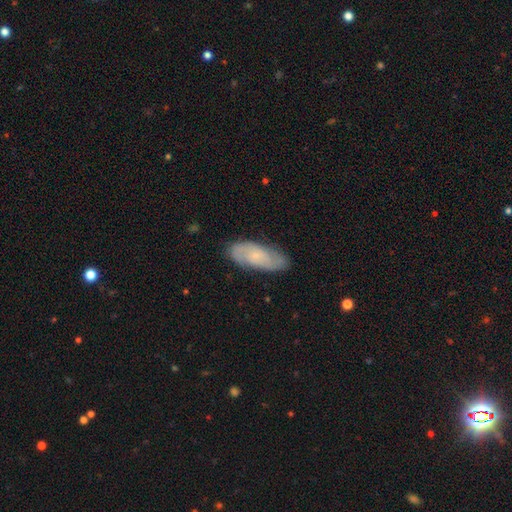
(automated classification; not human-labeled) This is possibly a featured or disk galaxy (56%). It is clearly not viewed edge-on (89%). Merging: likely none (79%).